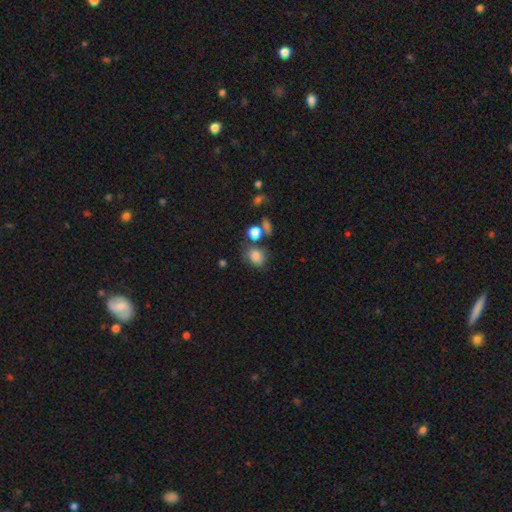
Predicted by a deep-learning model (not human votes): This is clearly a smooth galaxy (81%). How rounded: possibly in between (50%). Merging: possibly none (58%).